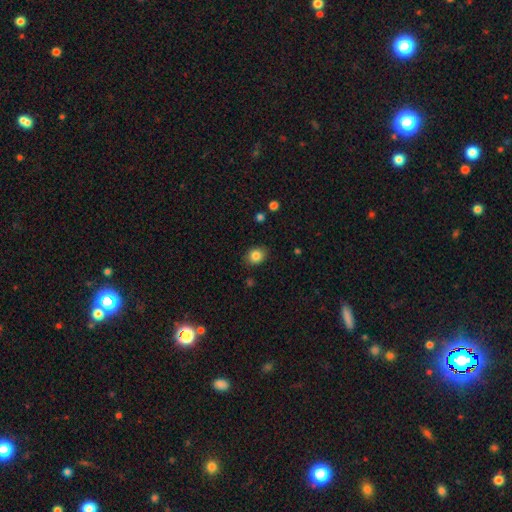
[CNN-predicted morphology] Smooth or featured: smooth — 84% (star or artifact — 10%)
How rounded: round — 54% (in between — 45%)
Merging: none — 84% (minor disturbance — 12%)